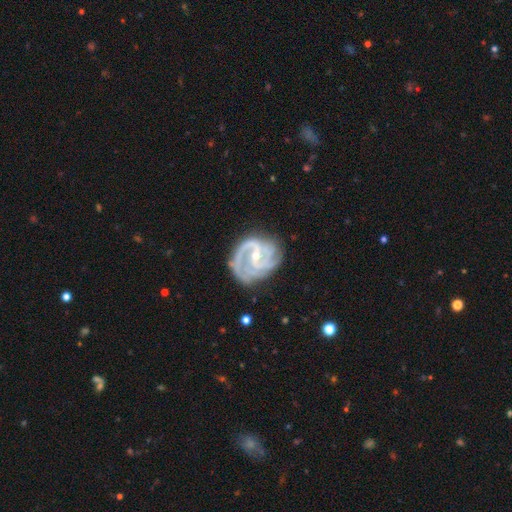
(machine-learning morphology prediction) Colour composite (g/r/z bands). It shows a featured or disk galaxy (91%) with a weak bar (47%), 2 (39%) medium (48%) spiral arms (98%) and a small central bulge (66%). Merging: none (65%).